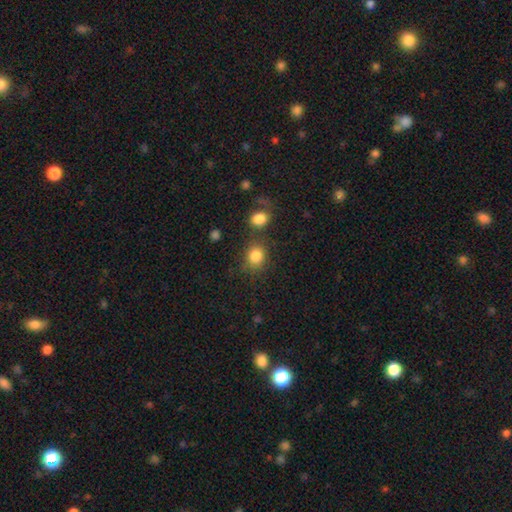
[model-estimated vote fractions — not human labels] smooth-or-featured: smooth: 84% | star or artifact: 10% | featured or disk: 6%
  how-rounded: round: 70% | in between: 29% | cigar-shaped: 1%
  merging: none: 65% | merger: 17% | minor disturbance: 12% | major disturbance: 6%